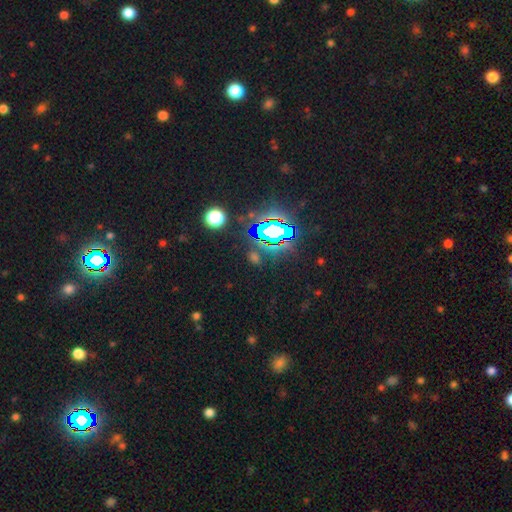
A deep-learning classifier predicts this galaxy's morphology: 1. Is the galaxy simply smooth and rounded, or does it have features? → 72% star or artifact, 18% smooth, 10% featured or disk.